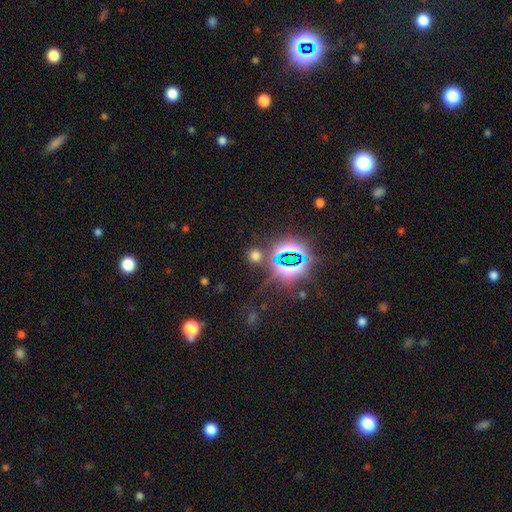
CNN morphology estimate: The model was most divided on "smooth or featured": smooth: 49%, star or artifact: 45%, featured or disk: 6%. More confident: merging — none (80%).